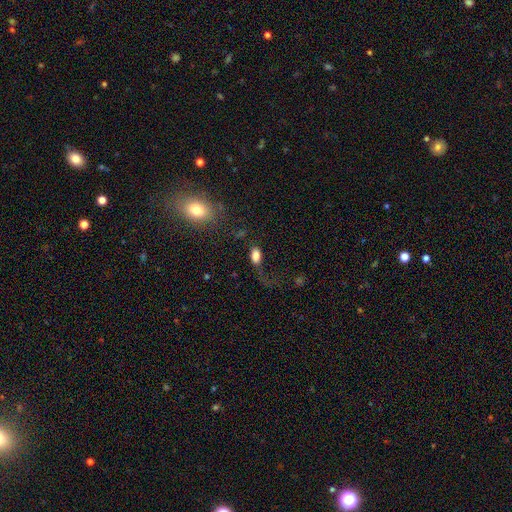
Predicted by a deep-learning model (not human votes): Smooth or featured?
  - smooth: 79% *
  - featured or disk: 11%
  - star or artifact: 9%
How rounded?
  - in between: 89% *
  - round: 8%
  - cigar-shaped: 3%
Merging?
  - none: 45% *
  - major disturbance: 31%
  - minor disturbance: 18%
  - merger: 6%